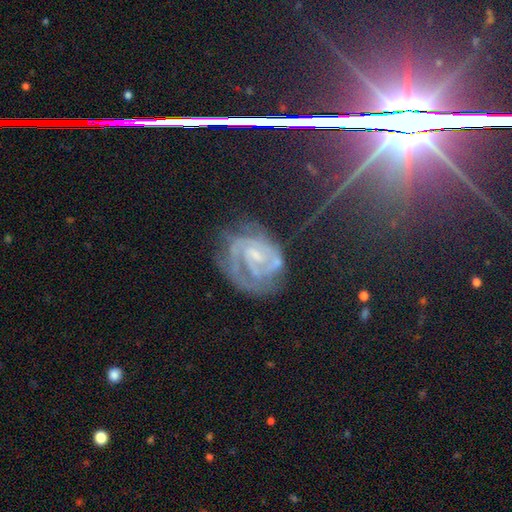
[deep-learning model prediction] featured or disk 78%, star or artifact 13%, smooth 9%. Down the decision tree: edge-on disk — no (97%); bar — weak (44%); spiral arms — yes (93%); spiral arm count — 2 (47%); spiral winding — tight (61%); bulge size — small (60%); merging — none (60%).